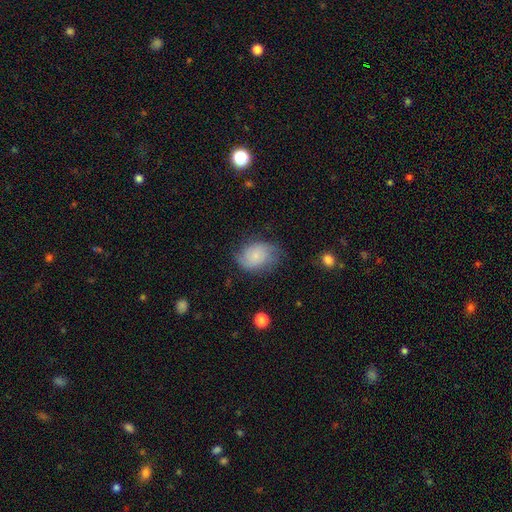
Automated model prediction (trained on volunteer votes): This appears to be a smooth galaxy with no disk features (54%) that is in between round and cigar-shaped (71%). Merging: none (61%).